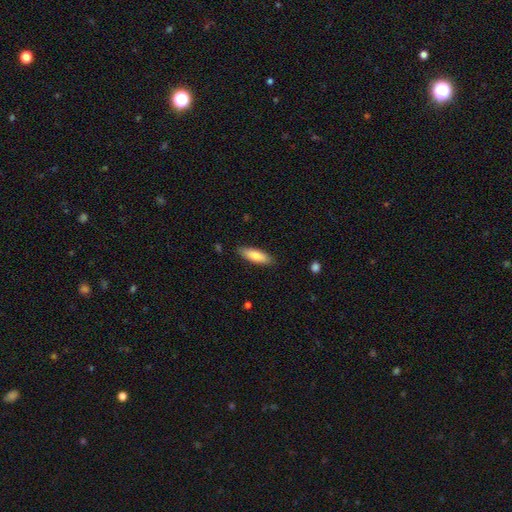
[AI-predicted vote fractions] This is likely a smooth galaxy (80%). How rounded: possibly in between (54%). Merging: clearly none (85%).